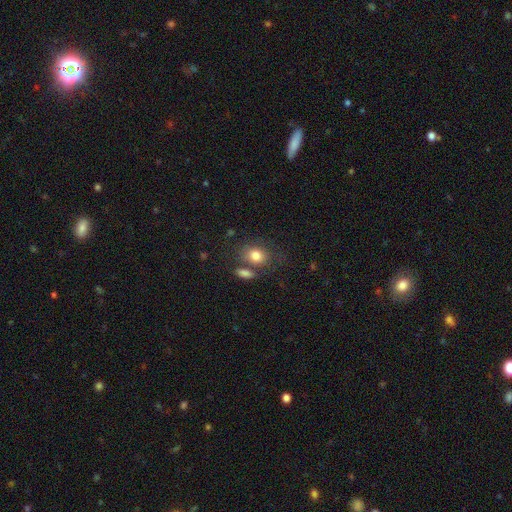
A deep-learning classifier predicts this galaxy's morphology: smooth 81%, featured or disk 10%, star or artifact 9%. Down the decision tree: how rounded — in between (56%); merging — none (57%).